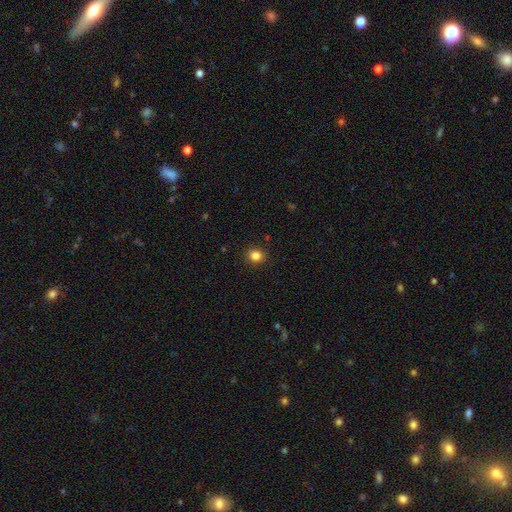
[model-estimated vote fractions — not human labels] This is clearly a smooth galaxy (84%). How rounded: clearly round (85%). Merging: clearly none (91%).